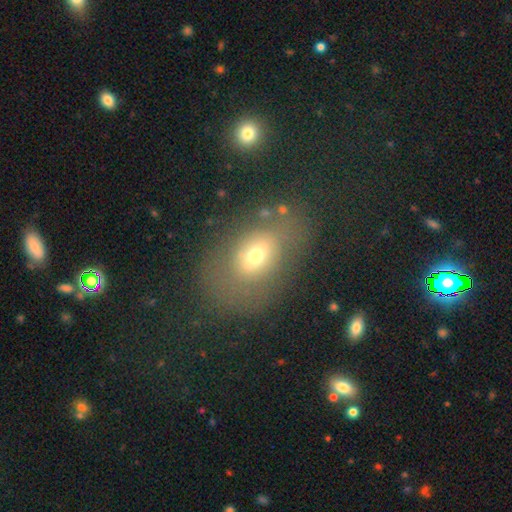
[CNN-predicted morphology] Overall: smooth (59%; featured or disk 26%). How rounded: in between (78%). Merging: none (61%).